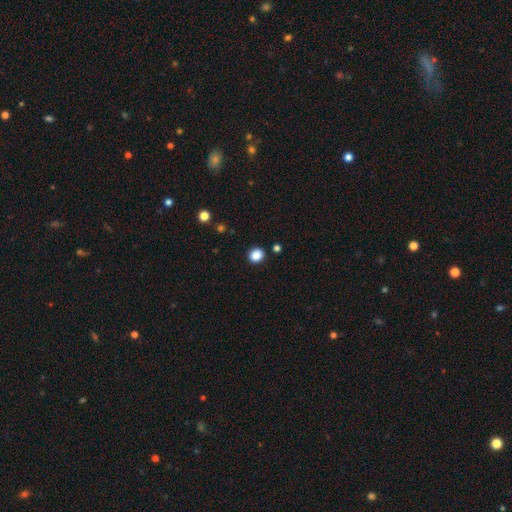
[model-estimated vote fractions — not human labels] smooth_or_featured: smooth (p=0.86) [alt: star or artifact p=0.10]
how_rounded: round (p=0.80) [alt: in between p=0.19]
merging: none (p=0.90) [alt: minor disturbance p=0.06]